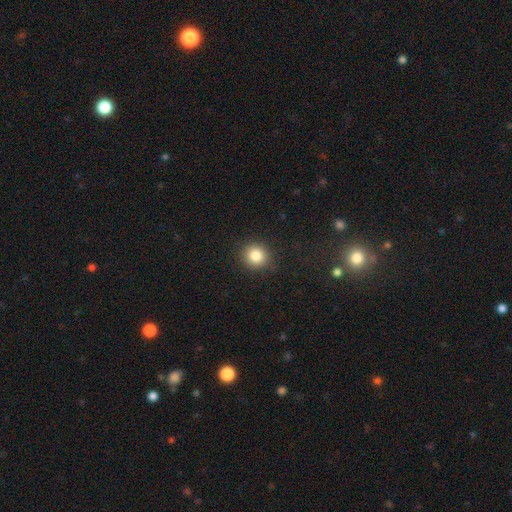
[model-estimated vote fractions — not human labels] A smooth galaxy with no disk features (84%) that is round (90%). Merging: none (90%).